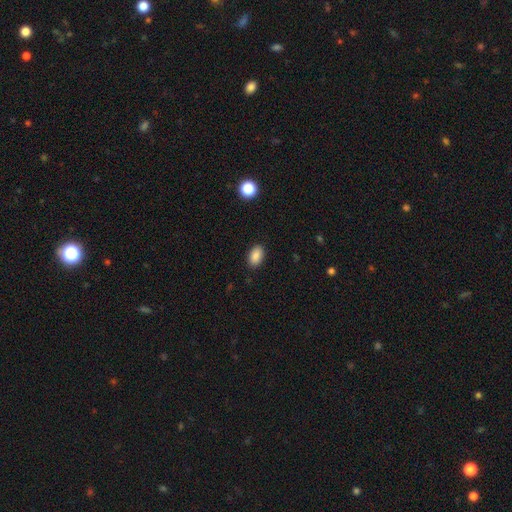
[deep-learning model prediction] This appears to be a smooth galaxy with no disk features (88%) that is in between round and cigar-shaped (91%). Merging: none (88%).